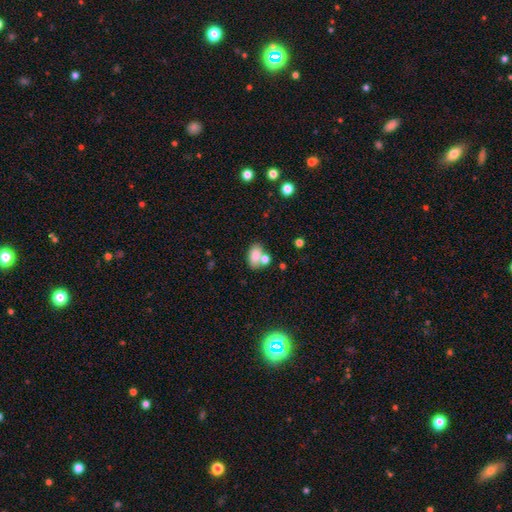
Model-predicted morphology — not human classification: Overall: smooth (81%). How rounded: in between (88%). Merging: none (50%; merger 30%).